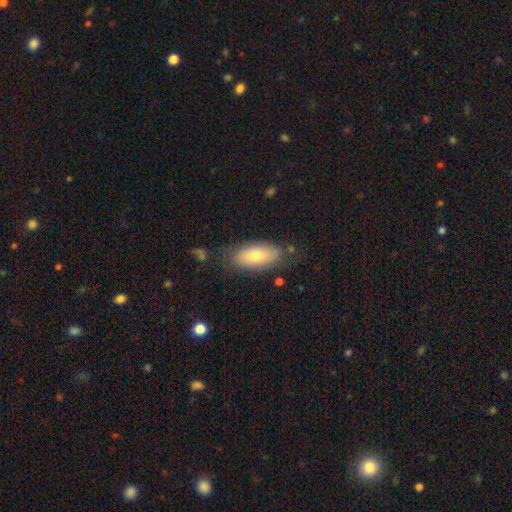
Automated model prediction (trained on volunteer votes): Morphology: type=smooth (73%); roundness=in between (88%); merging=none (75%).